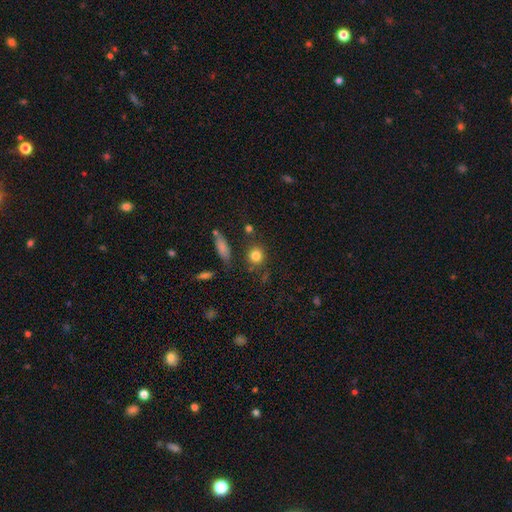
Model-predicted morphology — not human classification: Smooth or featured? smooth (82%)
How rounded? round (83%)
Merging? none (79%)